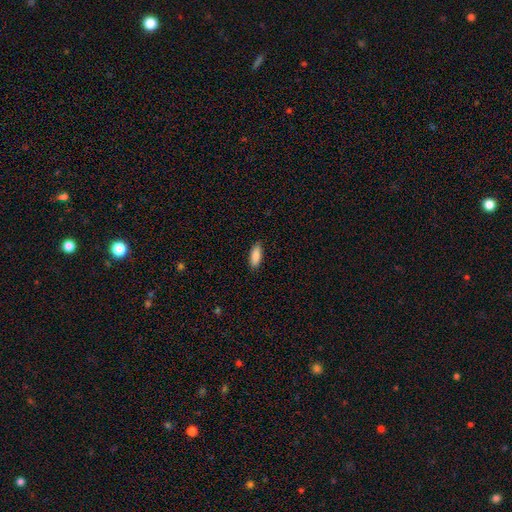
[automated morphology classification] Smooth or featured? Predicted: smooth (p=0.88). How rounded? Predicted: in between (p=0.77). Merging? Predicted: none (p=0.86).